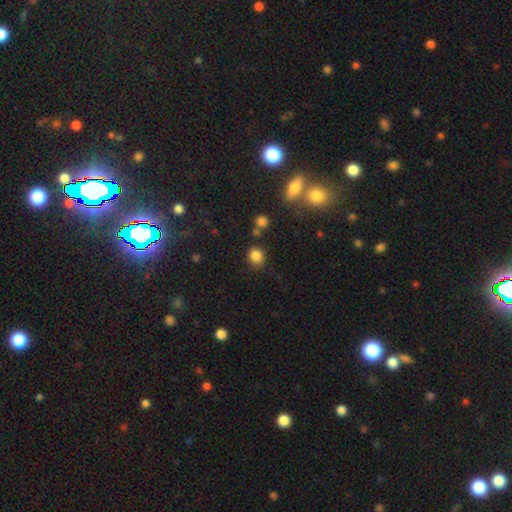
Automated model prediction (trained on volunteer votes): A smooth galaxy with no disk features (83%) that is round (79%). Merging: none (81%).